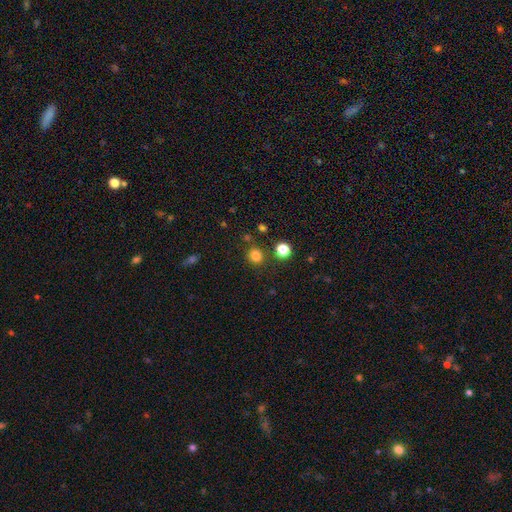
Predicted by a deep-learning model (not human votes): The model was most divided on "smooth or featured": smooth: 81%, star or artifact: 14%, featured or disk: 5%. More confident: how rounded — round (87%); merging — none (83%).